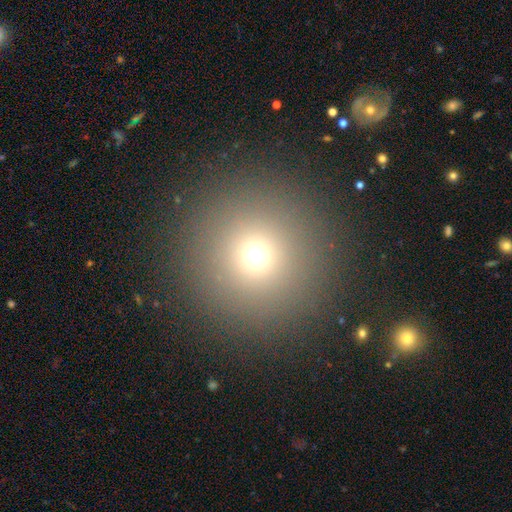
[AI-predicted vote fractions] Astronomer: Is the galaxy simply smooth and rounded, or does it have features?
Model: smooth — 67%.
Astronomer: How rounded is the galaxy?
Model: round — 96%.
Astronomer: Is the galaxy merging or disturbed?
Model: none — 90%.